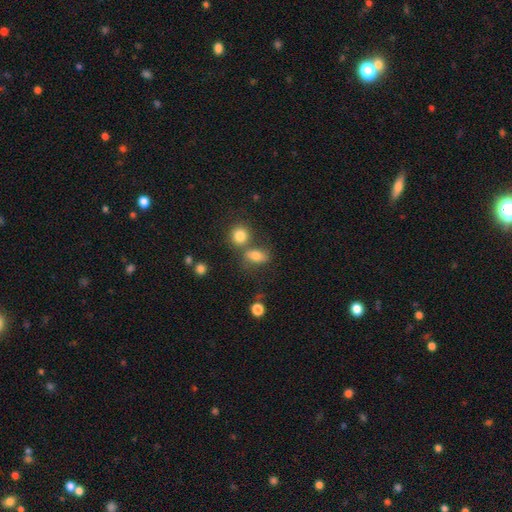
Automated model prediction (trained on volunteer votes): The model was most divided on "merging": none: 55%, merger: 25%, minor disturbance: 14%, major disturbance: 6%. More confident: smooth or featured — smooth (76%); how rounded — in between (73%).